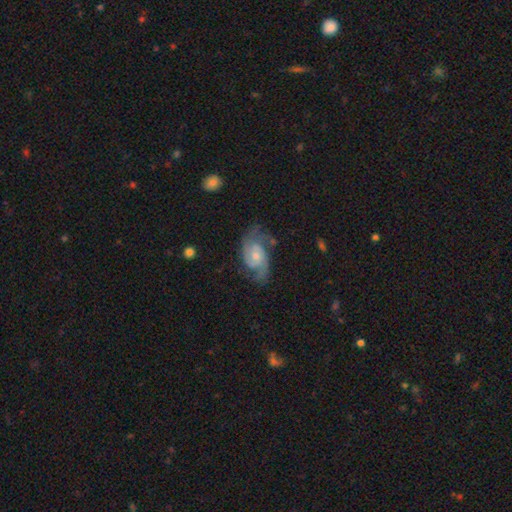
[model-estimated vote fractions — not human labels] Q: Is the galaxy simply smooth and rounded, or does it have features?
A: featured or disk — 84%.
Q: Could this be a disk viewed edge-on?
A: no — 97%.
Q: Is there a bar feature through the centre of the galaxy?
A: no — 59%.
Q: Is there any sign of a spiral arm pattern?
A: yes — 96%.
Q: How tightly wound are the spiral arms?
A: medium — 50%.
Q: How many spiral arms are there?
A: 2 — 77%.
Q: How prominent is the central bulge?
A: small — 46%.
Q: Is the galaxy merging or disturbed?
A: none — 63%.